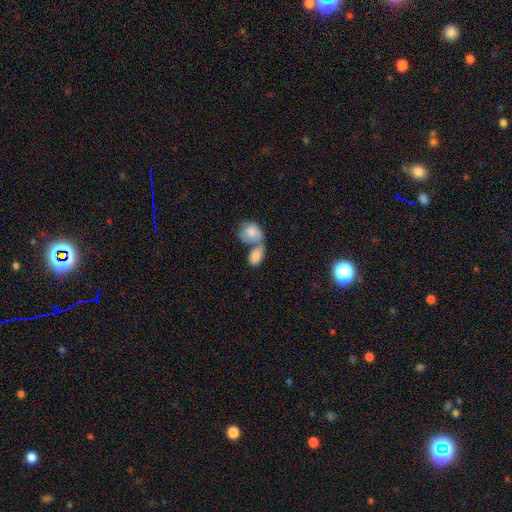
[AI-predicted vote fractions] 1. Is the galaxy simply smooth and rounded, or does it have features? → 80% smooth, 14% featured or disk, 6% star or artifact.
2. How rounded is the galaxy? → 79% in between, 19% round, 2% cigar-shaped.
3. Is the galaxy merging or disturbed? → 71% merger, 16% none, 7% minor disturbance, 6% major disturbance.